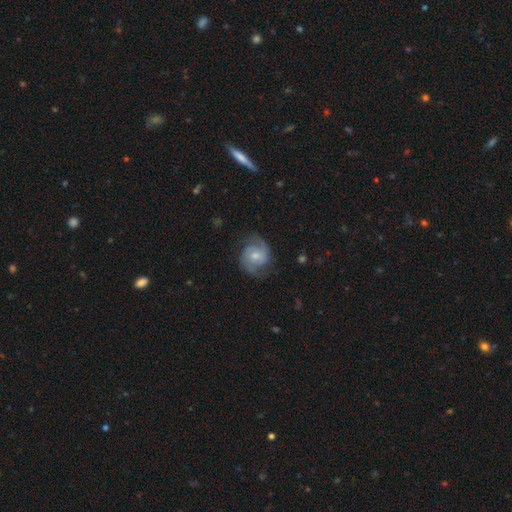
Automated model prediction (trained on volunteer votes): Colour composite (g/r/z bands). It shows a featured or disk galaxy (79%) with no bar (51%), 2 (87%) medium (50%) spiral arms (95%) and a moderate central bulge (51%). Merging: none (73%).